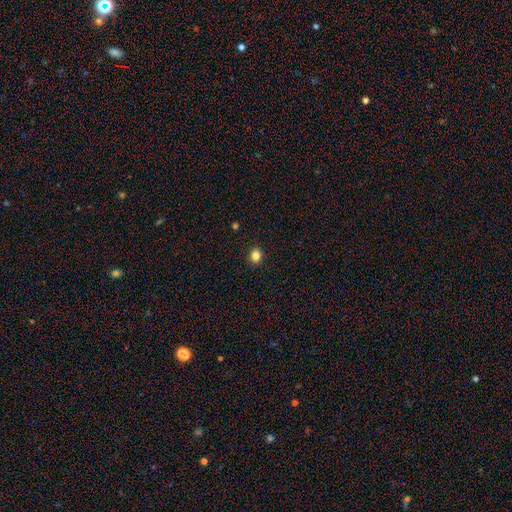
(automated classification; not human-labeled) A smooth galaxy with no disk features (82%) that is round (74%). Merging: none (91%).